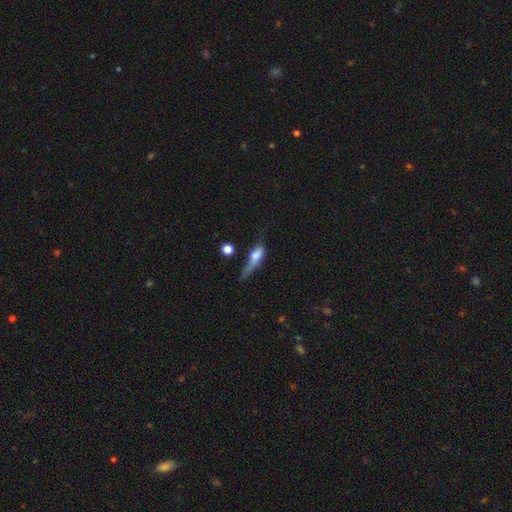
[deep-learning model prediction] This is likely a smooth galaxy (62%). How rounded: possibly in between (50%). Merging: marginally major disturbance (33%).